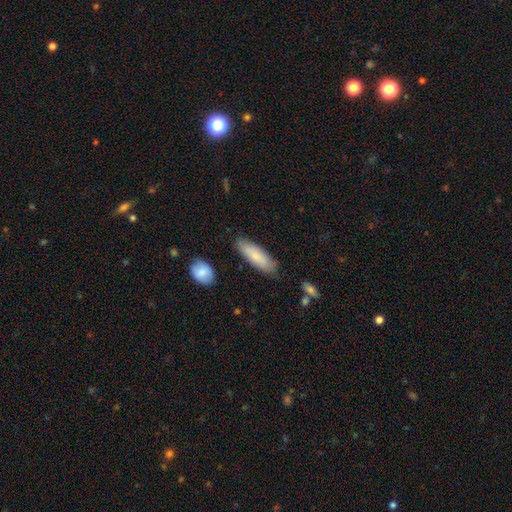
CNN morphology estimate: Smooth or featured? Predicted: smooth (p=0.80). How rounded? Predicted: in between (p=0.53). Merging? Predicted: none (p=0.82).